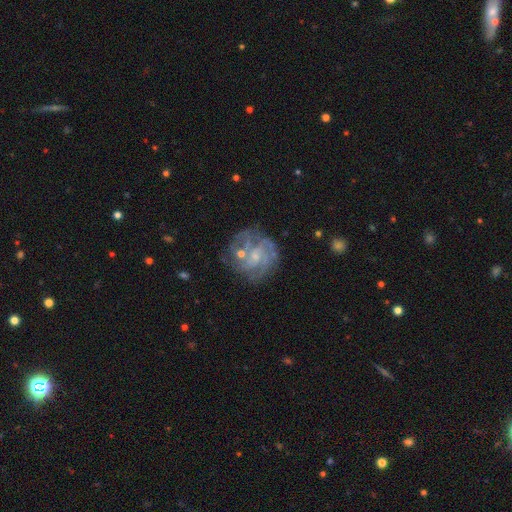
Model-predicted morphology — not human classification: featured or disk 76%, smooth 16%, star or artifact 8%. Down the decision tree: edge-on disk — no (98%); bar — no (69%); spiral arms — yes (79%); spiral arm count — can't tell (38%); spiral winding — tight (49%); bulge size — small (60%); merging — none (58%).